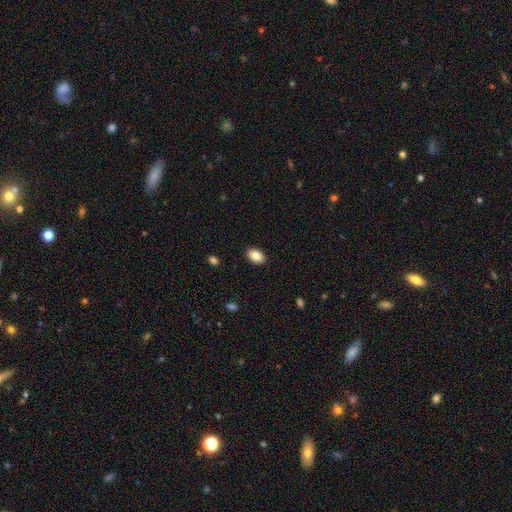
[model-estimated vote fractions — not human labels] A smooth galaxy with no disk features (86%) that is in between round and cigar-shaped (86%). Merging: none (89%).